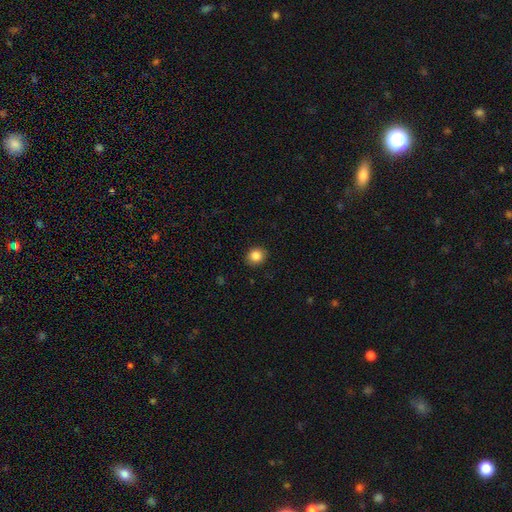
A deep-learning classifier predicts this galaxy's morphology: type=smooth (86%); roundness=round (81%); merging=none (90%).